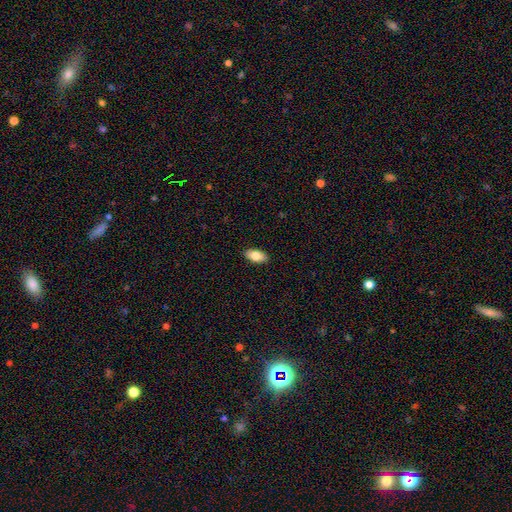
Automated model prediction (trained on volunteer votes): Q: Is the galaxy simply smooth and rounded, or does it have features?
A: smooth — 83%.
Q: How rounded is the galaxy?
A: in between — 93%.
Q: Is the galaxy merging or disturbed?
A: none — 90%.